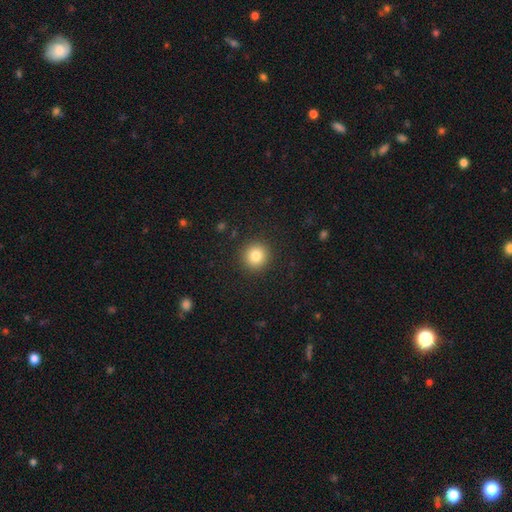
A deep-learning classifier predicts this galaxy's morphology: The model was most divided on "smooth or featured": smooth: 83%, star or artifact: 11%, featured or disk: 7%. More confident: how rounded — round (93%); merging — none (91%).